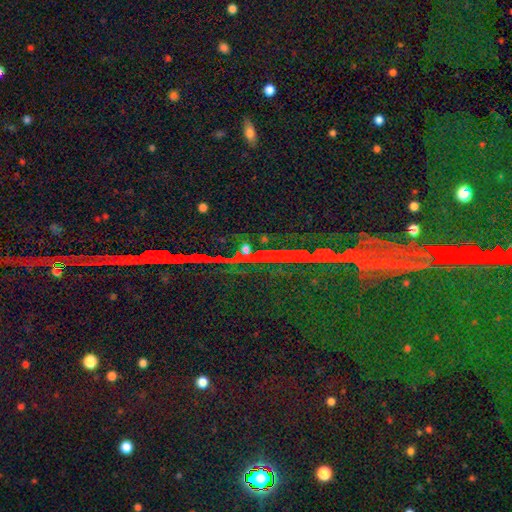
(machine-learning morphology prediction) type=star or artifact (87%).